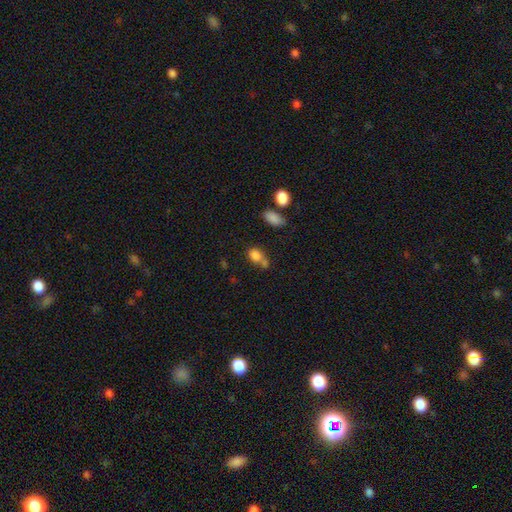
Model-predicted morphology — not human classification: smooth 80%, star or artifact 11%, featured or disk 8%. Down the decision tree: how rounded — in between (67%); merging — merger (42%).